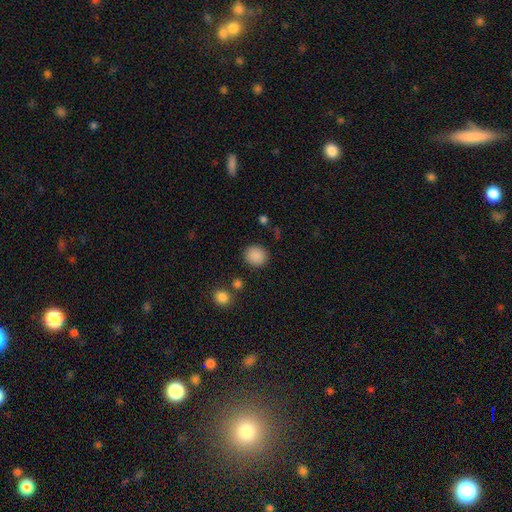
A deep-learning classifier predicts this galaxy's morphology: smooth 88%, star or artifact 9%, featured or disk 3%. Down the decision tree: how rounded — round (84%); merging — none (88%).